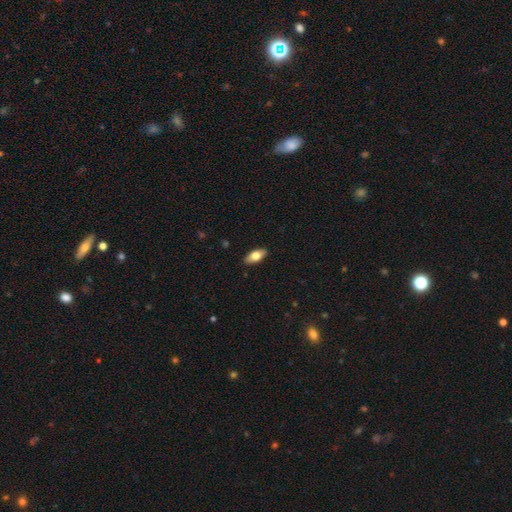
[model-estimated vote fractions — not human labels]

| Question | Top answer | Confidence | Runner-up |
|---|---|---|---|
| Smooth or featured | smooth | 71% | featured or disk (23%) |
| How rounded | in between | 86% | cigar-shaped (11%) |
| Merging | none | 88% | minor disturbance (9%) |